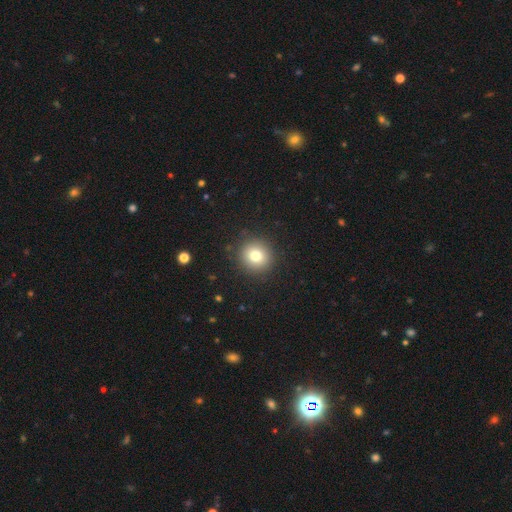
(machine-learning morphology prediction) A smooth galaxy with no disk features (78%) that is round (92%). Merging: none (90%).